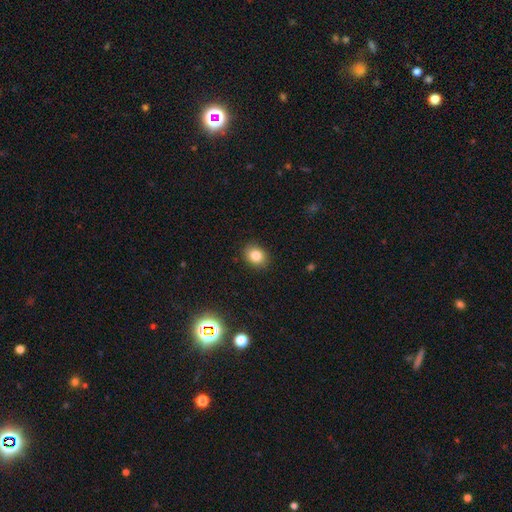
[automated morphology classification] The model was most divided on "how rounded": in between: 50%, round: 49%, cigar-shaped: 1%. More confident: merging — none (88%); smooth or featured — smooth (83%).